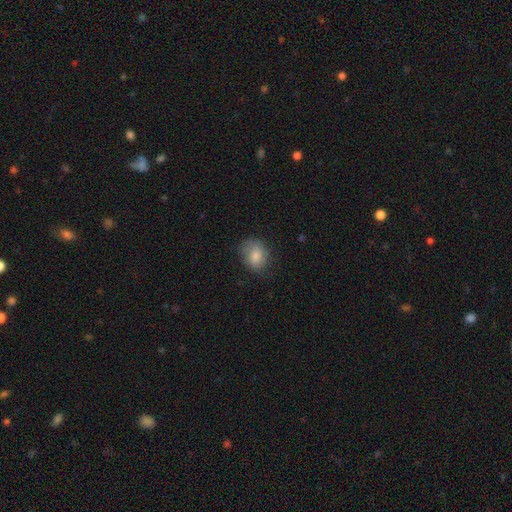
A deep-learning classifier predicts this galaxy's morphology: A smooth galaxy with no disk features (78%) that is in between round and cigar-shaped (51%).

Vote fractions:
- Smooth or featured? smooth: 78% / featured or disk: 14% / star or artifact: 8%
- How rounded? in between: 51% / round: 48% / cigar-shaped: 1%
- Merging? none: 69% / minor disturbance: 23% / major disturbance: 7% / merger: 1%